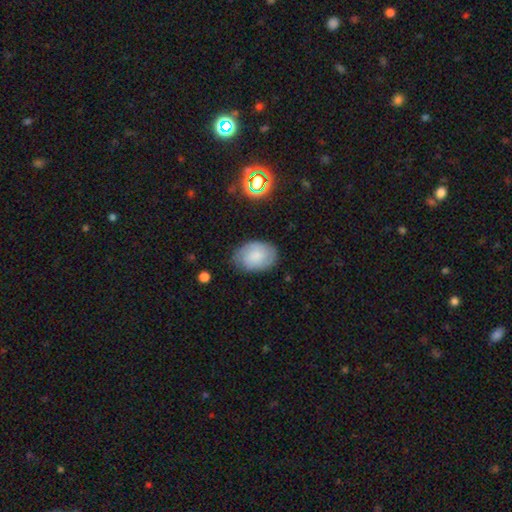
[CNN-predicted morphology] Smooth or featured?
  - smooth: 61% *
  - featured or disk: 30%
  - star or artifact: 9%
How rounded?
  - in between: 83% *
  - round: 16%
  - cigar-shaped: 1%
Merging?
  - none: 72% *
  - minor disturbance: 21%
  - major disturbance: 5%
  - merger: 2%